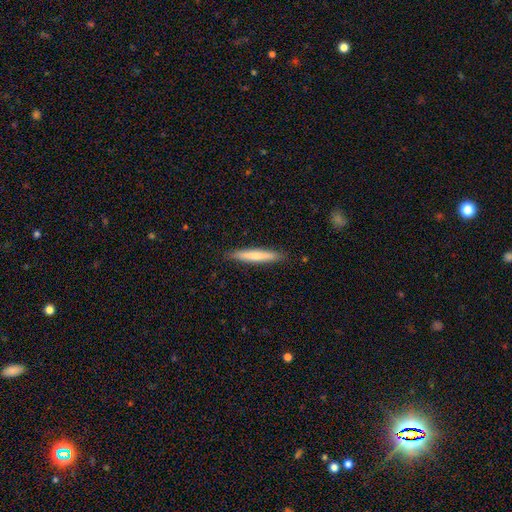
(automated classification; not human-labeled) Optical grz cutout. It shows a smooth galaxy with no disk features (69%) that is cigar-shaped (94%). Merging: none (90%).